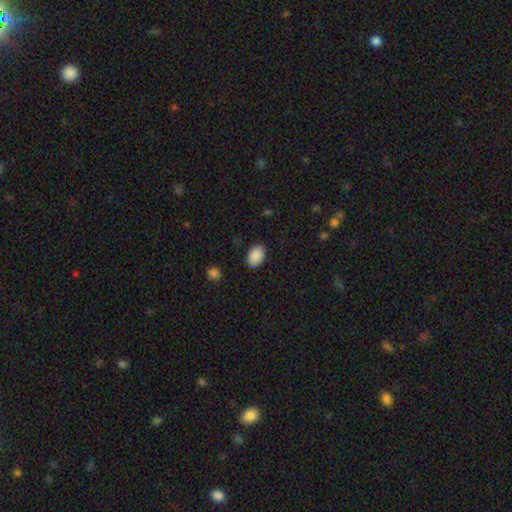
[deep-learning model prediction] A smooth galaxy with no disk features (90%) that is in between round and cigar-shaped (86%).

Vote fractions:
- Smooth or featured? smooth: 90% / star or artifact: 7% / featured or disk: 3%
- How rounded? in between: 86% / round: 13% / cigar-shaped: 1%
- Merging? none: 87% / minor disturbance: 9% / major disturbance: 2% / merger: 1%